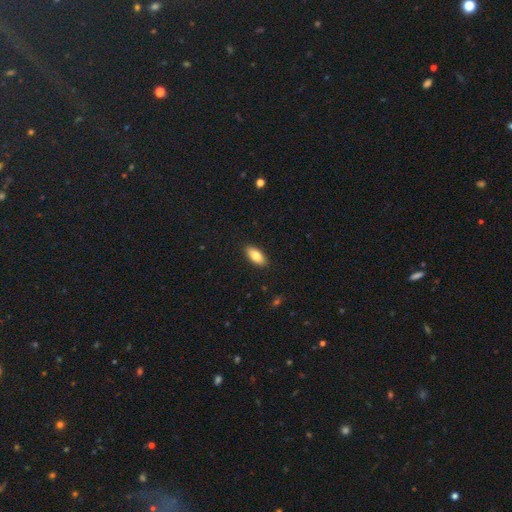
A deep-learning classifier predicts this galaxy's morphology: smooth-or-featured: smooth: 79% | featured or disk: 14% | star or artifact: 6%
  how-rounded: in between: 85% | cigar-shaped: 13% | round: 2%
  merging: none: 90% | minor disturbance: 8% | major disturbance: 2% | merger: 1%